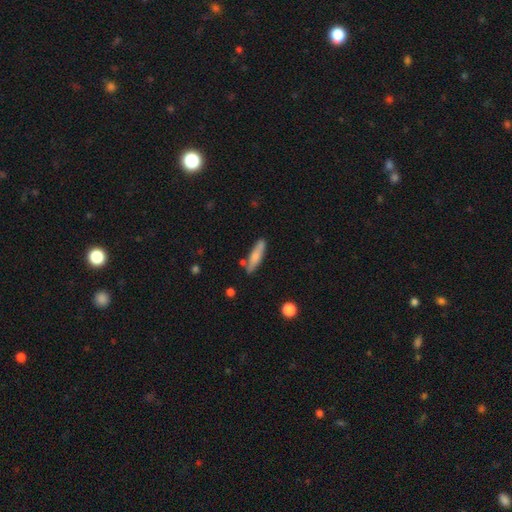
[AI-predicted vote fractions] smooth_or_featured: smooth (p=0.72) [alt: featured or disk p=0.22]
how_rounded: cigar-shaped (p=0.74) [alt: in between p=0.24]
merging: none (p=0.76) [alt: minor disturbance p=0.15]